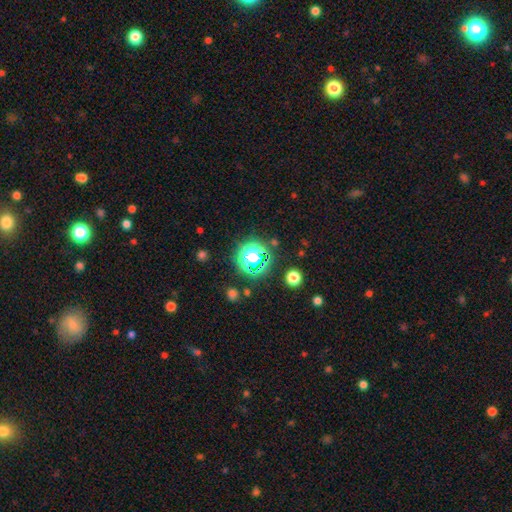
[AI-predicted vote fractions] Smooth or featured: star or artifact — 49% (smooth — 41%)